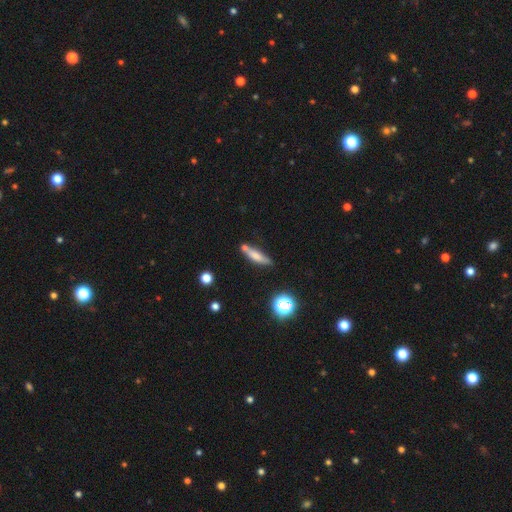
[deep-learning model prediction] Q: Smooth or featured?
A: smooth (61%); runner-up: featured or disk (29%)
Q: How rounded?
A: cigar-shaped (77%); runner-up: in between (20%)
Q: Merging?
A: none (66%); runner-up: minor disturbance (17%)